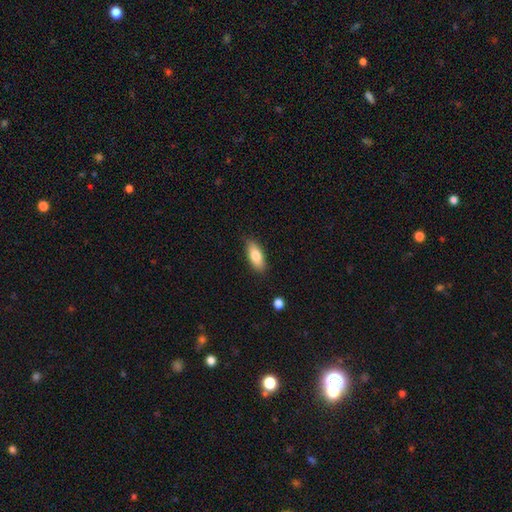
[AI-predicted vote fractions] smooth 78%, featured or disk 15%, star or artifact 7%. Down the decision tree: how rounded — in between (80%); merging — none (84%).